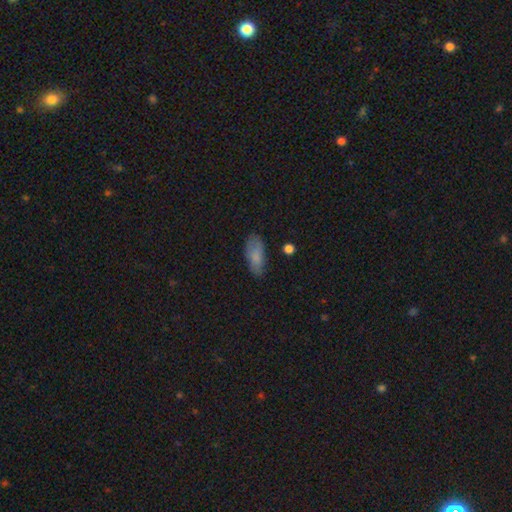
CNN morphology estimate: A smooth galaxy with no disk features (81%) that is in between round and cigar-shaped (84%).

Vote fractions:
- Smooth or featured? smooth: 81% / featured or disk: 11% / star or artifact: 8%
- How rounded? in between: 84% / cigar-shaped: 14% / round: 2%
- Merging? none: 72% / minor disturbance: 21% / major disturbance: 5% / merger: 2%